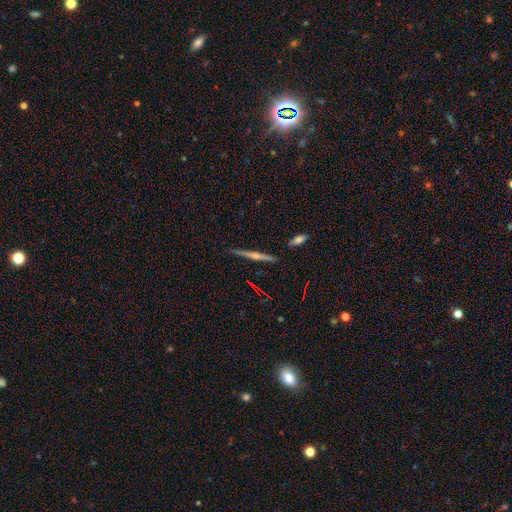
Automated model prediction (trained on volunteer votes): featured or disk 71%, smooth 22%, star or artifact 8%. Down the decision tree: edge-on disk — yes (98%); edge-on bulge — rounded (79%); merging — none (88%).